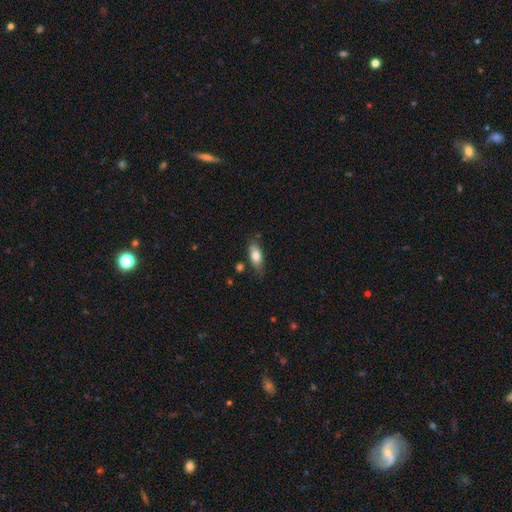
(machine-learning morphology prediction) Smooth or featured? smooth (75%)
How rounded? in between (78%)
Merging? none (73%)